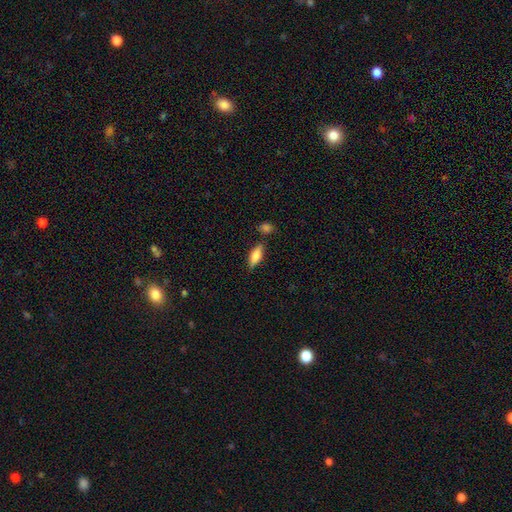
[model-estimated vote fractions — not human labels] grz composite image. It shows a smooth galaxy with no disk features (74%) that is in between round and cigar-shaped (72%). Merging: none (76%).